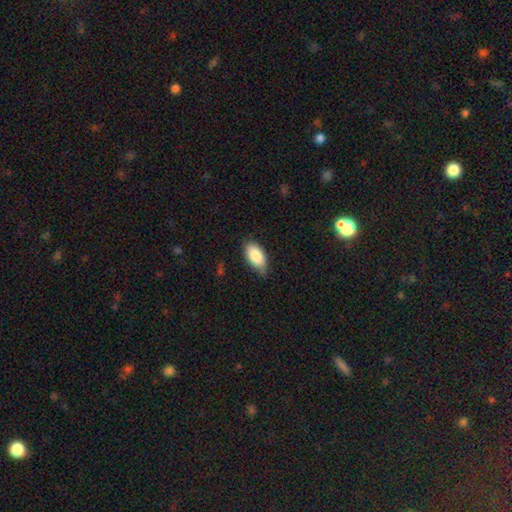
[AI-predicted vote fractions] Smooth or featured? Predicted: smooth (p=0.87). How rounded? Predicted: in between (p=0.93). Merging? Predicted: none (p=0.75).